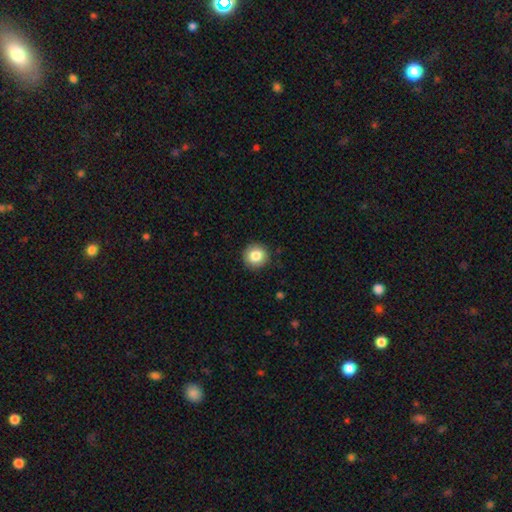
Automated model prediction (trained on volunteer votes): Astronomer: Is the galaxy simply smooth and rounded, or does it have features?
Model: smooth — 84%.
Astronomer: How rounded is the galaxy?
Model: round — 94%.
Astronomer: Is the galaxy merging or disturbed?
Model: none — 90%.